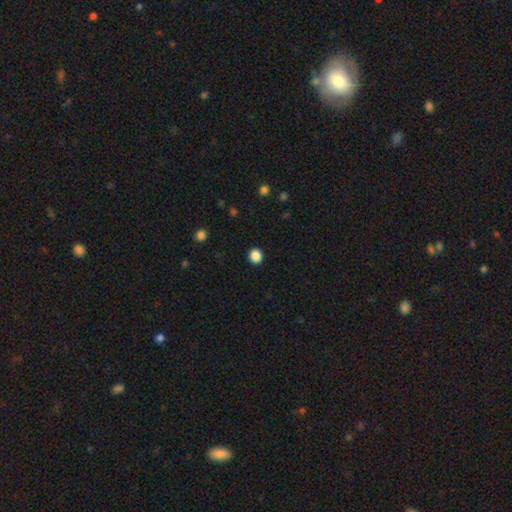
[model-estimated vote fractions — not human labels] Smooth or featured: smooth — 87% (star or artifact — 10%)
How rounded: round — 88% (in between — 11%)
Merging: none — 93% (minor disturbance — 5%)